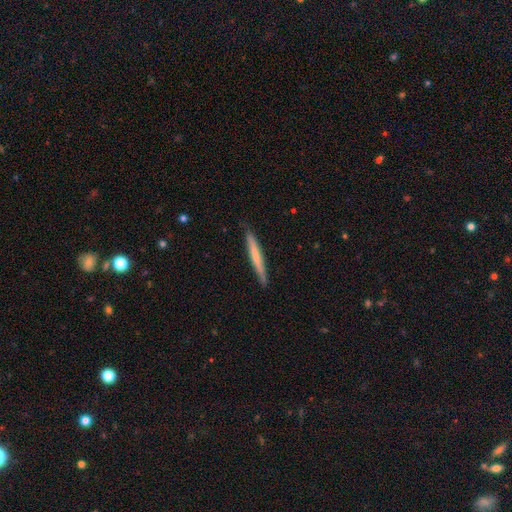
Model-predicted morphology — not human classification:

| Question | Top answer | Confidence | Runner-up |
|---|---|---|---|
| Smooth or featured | smooth | 58% | featured or disk (37%) |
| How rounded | cigar-shaped | 97% | in between (2%) |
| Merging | none | 88% | minor disturbance (9%) |